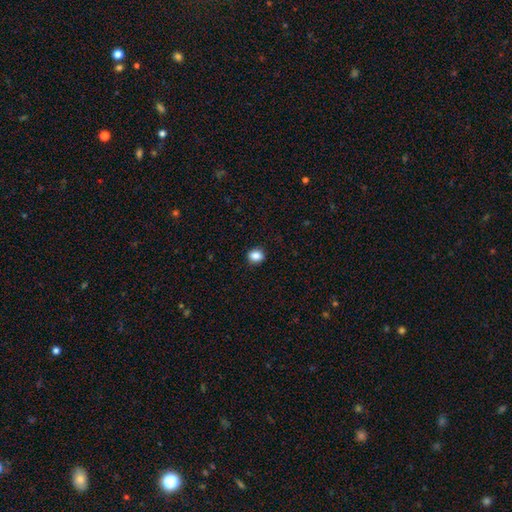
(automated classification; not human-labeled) Morphology: type=smooth (86%); roundness=round (56%); merging=none (88%).